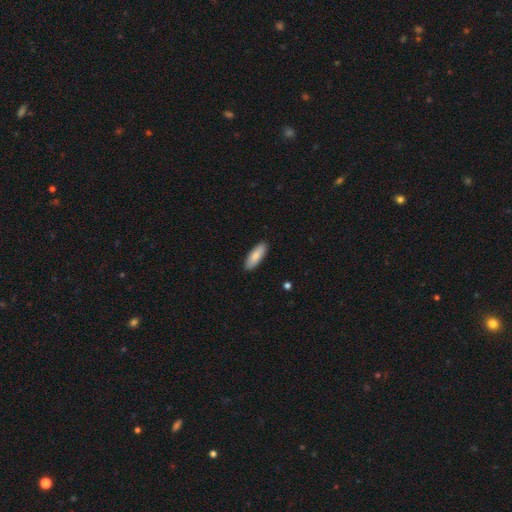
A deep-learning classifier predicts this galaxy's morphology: Q: Smooth or featured?
A: smooth (85%); runner-up: featured or disk (9%)
Q: How rounded?
A: in between (61%); runner-up: cigar-shaped (37%)
Q: Merging?
A: none (90%); runner-up: minor disturbance (7%)